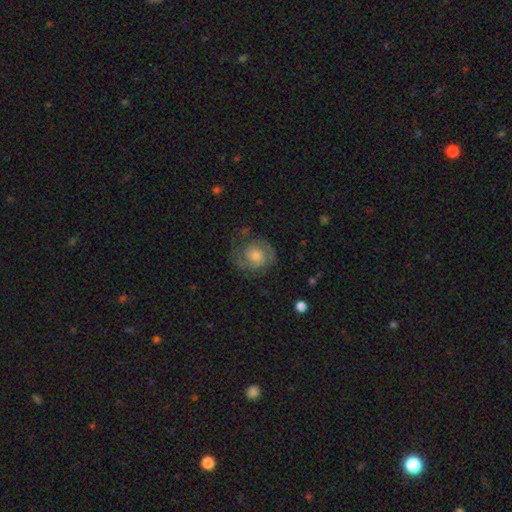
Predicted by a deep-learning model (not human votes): Overall: featured or disk (65%; smooth 28%). Edge-on disk: no (98%). Bar: no (77%). Spiral arms: yes (86%). Spiral arm count: 2 (64%). Spiral winding: tight (50%; medium 36%). Bulge size: moderate (57%; small 24%). Merging: none (66%).